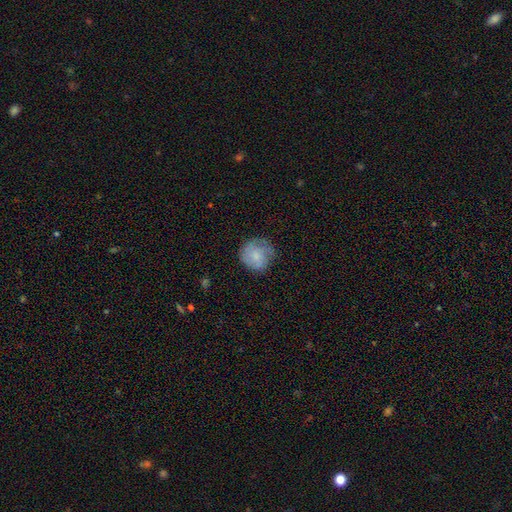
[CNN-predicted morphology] A smooth galaxy with no disk features (69%) that is round (89%). Merging: none (67%).